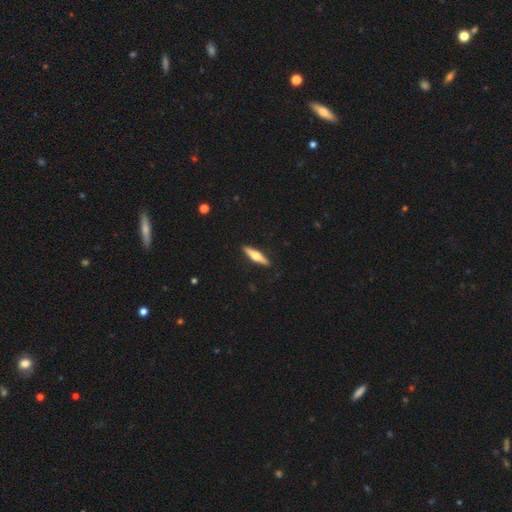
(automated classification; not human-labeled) The model was most divided on "smooth or featured": featured or disk: 55%, smooth: 40%, star or artifact: 5%. More confident: edge-on disk — yes (96%); edge-on bulge — rounded (93%); merging — none (91%).